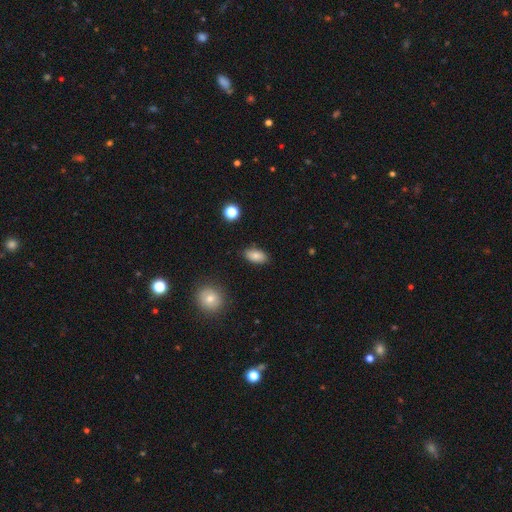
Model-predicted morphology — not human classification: Smooth or featured? Predicted: smooth (p=0.83). How rounded? Predicted: in between (p=0.92). Merging? Predicted: none (p=0.86).